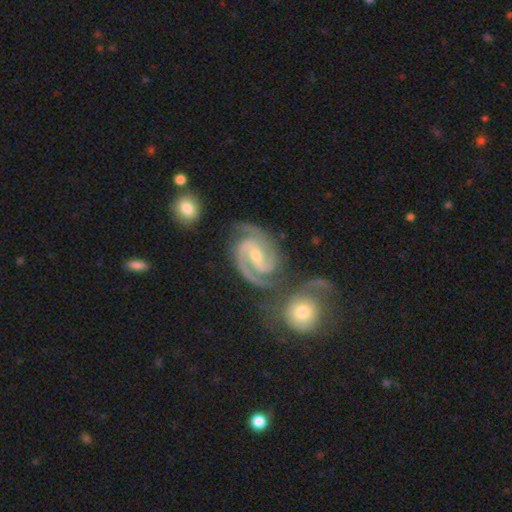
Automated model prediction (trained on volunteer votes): Smooth or featured? featured or disk (92%)
Edge-on disk? no (98%)
Bar? weak (47%)
Spiral arms? yes (99%)
Spiral winding? medium (52%)
Spiral arm count? 2 (72%)
Bulge size? small (49%)
Merging? none (60%)